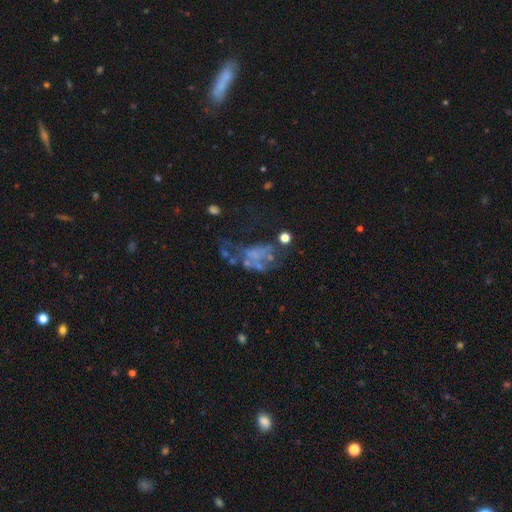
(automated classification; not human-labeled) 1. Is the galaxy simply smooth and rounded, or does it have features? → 55% featured or disk, 26% smooth, 20% star or artifact.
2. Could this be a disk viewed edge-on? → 97% no, 3% yes.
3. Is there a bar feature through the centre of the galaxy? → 92% no, 6% weak, 2% strong.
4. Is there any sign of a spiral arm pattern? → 92% no, 8% yes.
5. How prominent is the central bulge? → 81% none, 9% small, 7% moderate, 3% large, 1% dominant.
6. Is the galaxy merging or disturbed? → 43% major disturbance, 23% none, 18% merger, 16% minor disturbance.